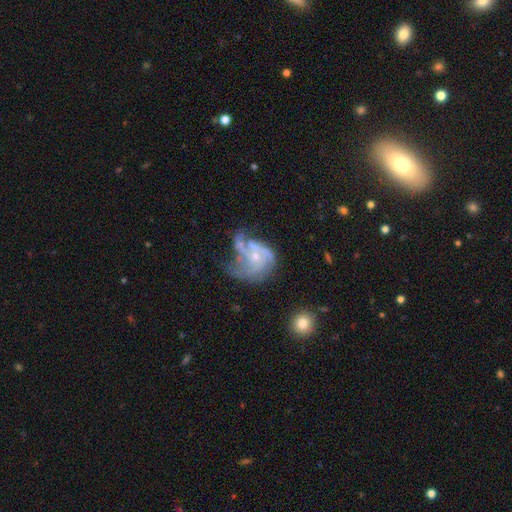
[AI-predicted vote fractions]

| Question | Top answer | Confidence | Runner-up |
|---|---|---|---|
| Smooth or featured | featured or disk | 80% | smooth (12%) |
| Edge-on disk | no | 98% | yes (2%) |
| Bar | no | 75% | weak (21%) |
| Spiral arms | yes | 88% | no (12%) |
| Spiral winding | medium | 45% | tight (32%) |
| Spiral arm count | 3 | 45% | can't tell (18%) |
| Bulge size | small | 64% | moderate (29%) |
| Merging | major disturbance | 33% | none (30%) |